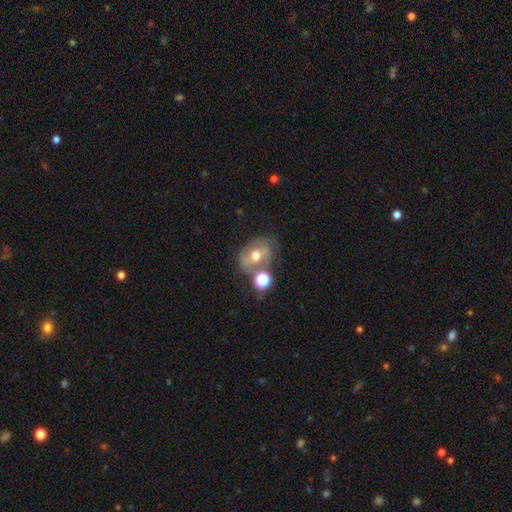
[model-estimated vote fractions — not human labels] Morphology: type=smooth (44%); merging=none (47%).